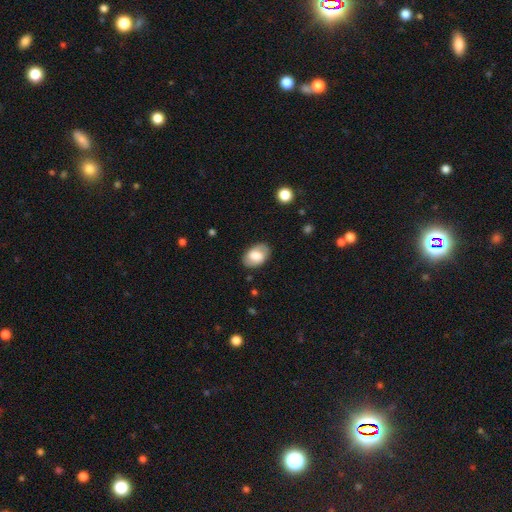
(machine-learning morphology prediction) The model was most divided on "smooth or featured": smooth: 61%, featured or disk: 32%, star or artifact: 7%. More confident: how rounded — in between (89%); merging — none (83%).